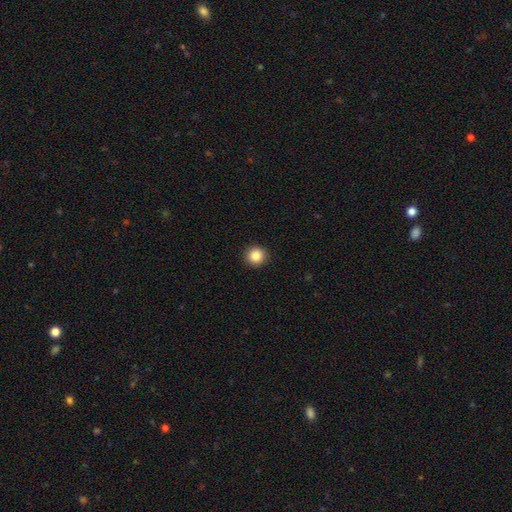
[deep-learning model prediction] This appears to be a smooth galaxy with no disk features (85%) that is round (93%). Merging: none (92%).